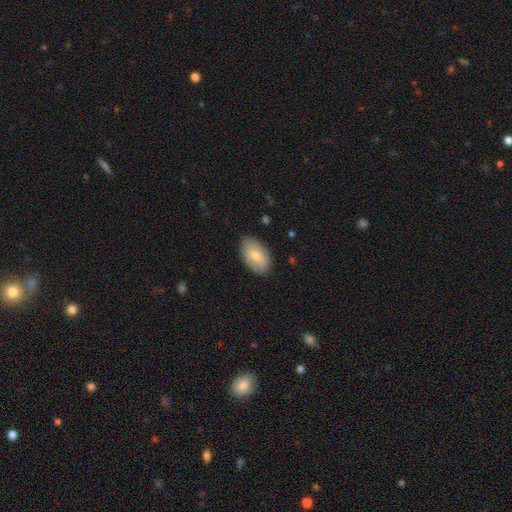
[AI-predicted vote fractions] Smooth or featured: smooth — 69% (featured or disk — 25%)
How rounded: in between — 93% (round — 5%)
Merging: none — 85% (minor disturbance — 12%)